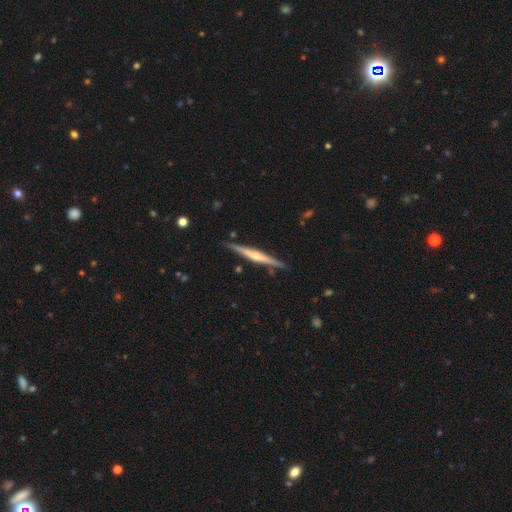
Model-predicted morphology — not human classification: featured or disk 71%, smooth 24%, star or artifact 5%. Down the decision tree: edge-on disk — yes (98%); edge-on bulge — rounded (73%); merging — none (87%).